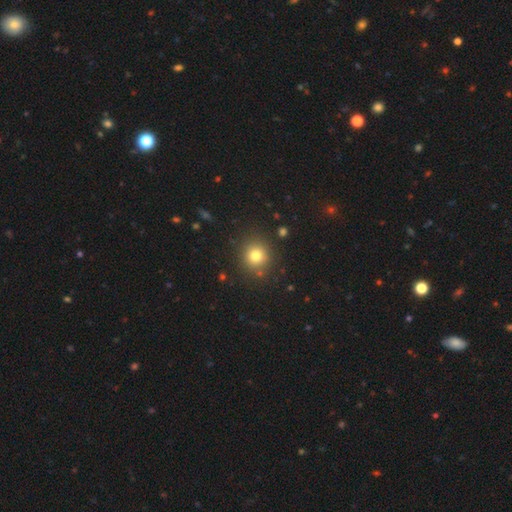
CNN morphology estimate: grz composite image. It shows a smooth galaxy with no disk features (78%) that is round (92%). Merging: none (87%).